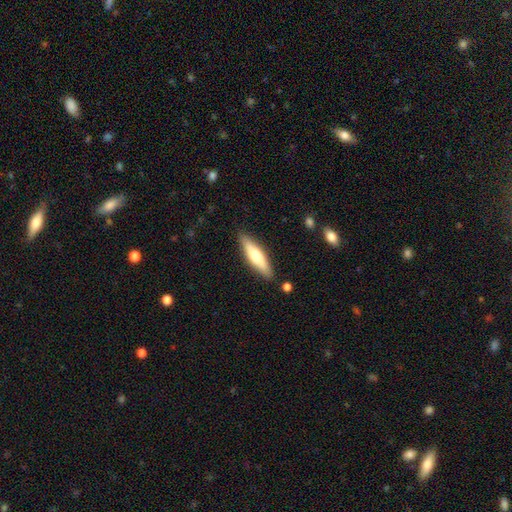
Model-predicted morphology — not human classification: This is possibly a smooth galaxy (55%). How rounded: likely cigar-shaped (69%). Merging: clearly none (88%).